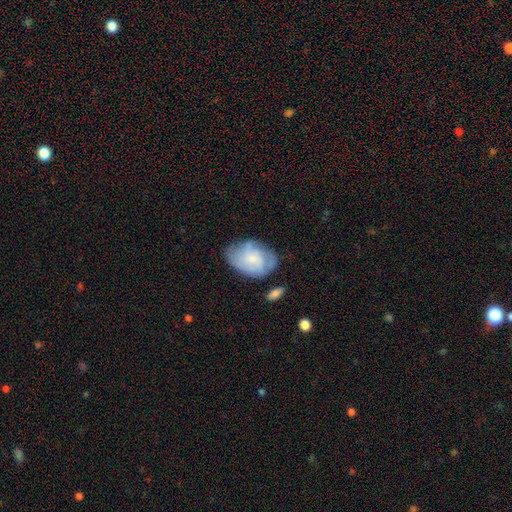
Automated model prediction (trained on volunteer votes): Q: Smooth or featured?
A: smooth (52%); runner-up: featured or disk (41%)
Q: How rounded?
A: in between (82%); runner-up: round (17%)
Q: Merging?
A: none (50%); runner-up: minor disturbance (31%)